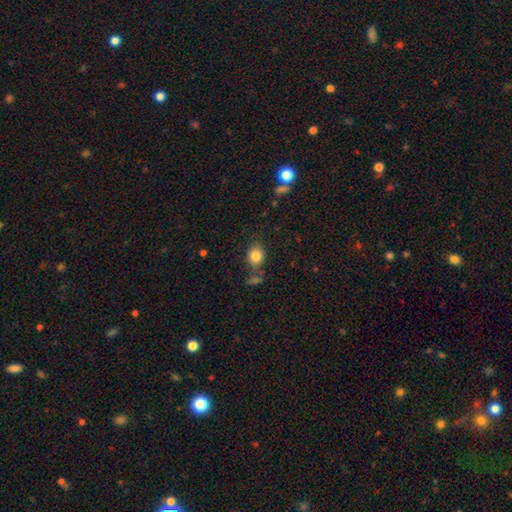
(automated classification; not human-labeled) smooth-or-featured: smooth: 83% | star or artifact: 10% | featured or disk: 7%
  how-rounded: round: 52% | in between: 47% | cigar-shaped: 1%
  merging: none: 70% | minor disturbance: 15% | merger: 10% | major disturbance: 5%